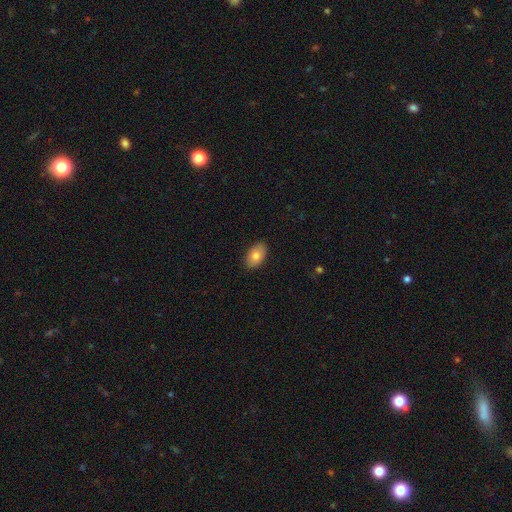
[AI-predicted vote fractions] smooth-or-featured: smooth: 81% | featured or disk: 12% | star or artifact: 7%
  how-rounded: in between: 92% | round: 6% | cigar-shaped: 1%
  merging: none: 88% | minor disturbance: 9% | major disturbance: 2% | merger: 1%